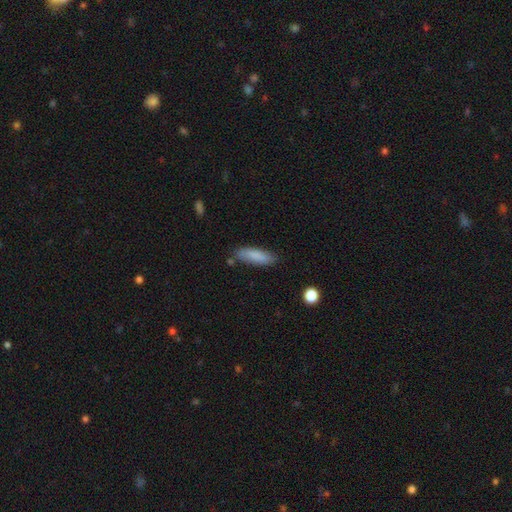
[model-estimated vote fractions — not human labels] smooth_or_featured: smooth (p=0.84) [alt: featured or disk p=0.09]
how_rounded: cigar-shaped (p=0.58) [alt: in between p=0.40]
merging: none (p=0.79) [alt: minor disturbance p=0.15]